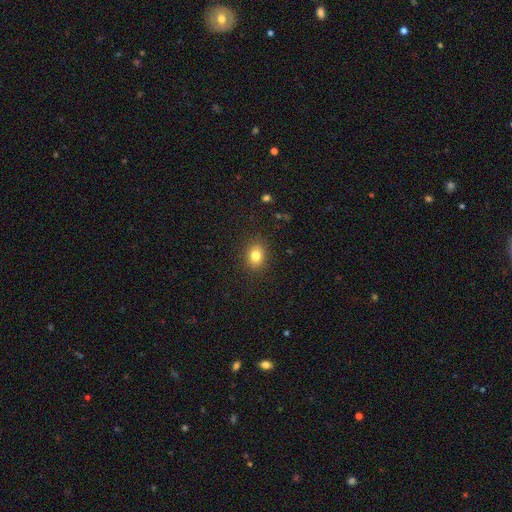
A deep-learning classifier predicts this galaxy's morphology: This is clearly a smooth galaxy (82%). How rounded: possibly round (52%). Merging: clearly none (88%).